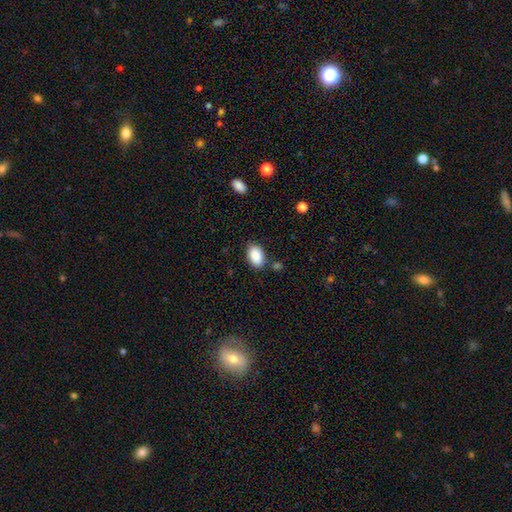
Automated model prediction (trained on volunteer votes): A smooth galaxy with no disk features (89%) that is in between round and cigar-shaped (92%).

Vote fractions:
- Smooth or featured? smooth: 89% / star or artifact: 7% / featured or disk: 4%
- How rounded? in between: 92% / round: 7% / cigar-shaped: 1%
- Merging? none: 81% / minor disturbance: 12% / merger: 4% / major disturbance: 3%